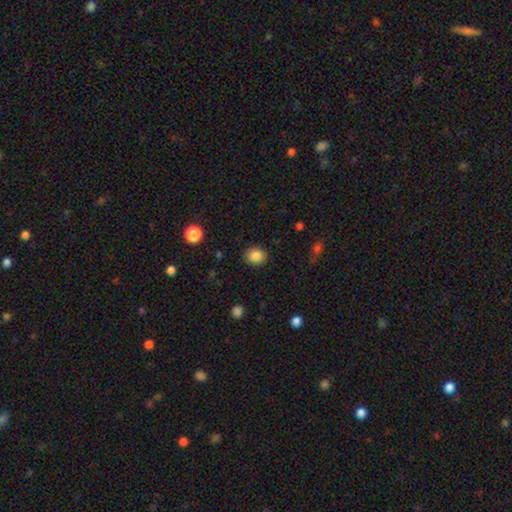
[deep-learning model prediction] This appears to be a smooth galaxy with no disk features (86%) that is round (65%). Merging: none (88%).